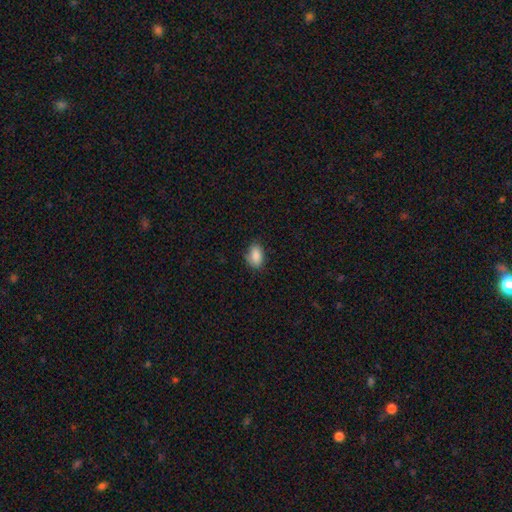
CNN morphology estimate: This is clearly a smooth galaxy (88%). How rounded: clearly in between (88%). Merging: likely none (78%).